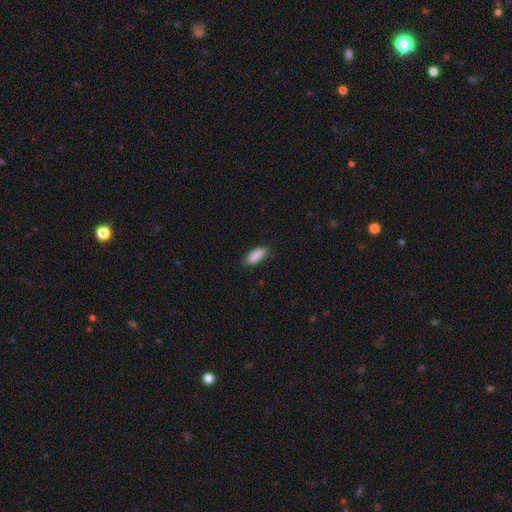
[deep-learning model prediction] This is clearly a smooth galaxy (90%). How rounded: clearly in between (83%). Merging: clearly none (83%).